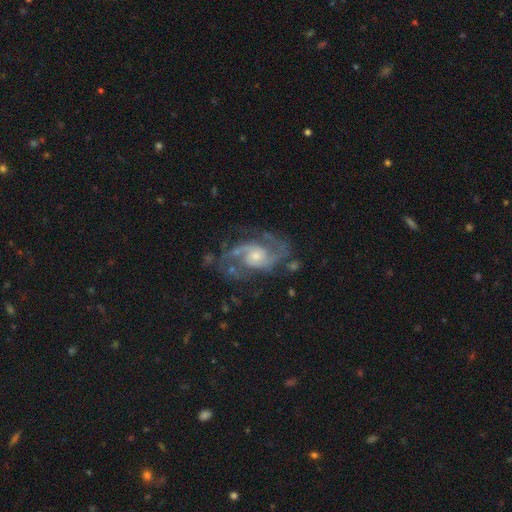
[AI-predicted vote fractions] Smooth or featured? featured or disk (88%)
Edge-on disk? no (97%)
Bar? no (64%)
Spiral arms? yes (96%)
Spiral winding? medium (53%)
Spiral arm count? 2 (72%)
Bulge size? small (53%)
Merging? none (66%)